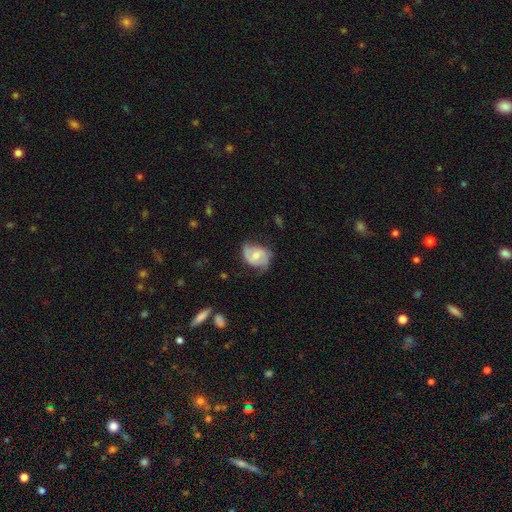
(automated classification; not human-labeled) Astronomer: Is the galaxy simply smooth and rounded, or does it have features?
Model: featured or disk — 54% (runner-up: smooth, 40%).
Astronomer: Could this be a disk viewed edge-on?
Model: no — 96%.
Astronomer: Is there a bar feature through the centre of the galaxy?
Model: no — 49% (runner-up: weak, 40%).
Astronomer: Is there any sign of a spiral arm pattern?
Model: yes — 79%.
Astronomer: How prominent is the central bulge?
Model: moderate — 56% (runner-up: small, 35%).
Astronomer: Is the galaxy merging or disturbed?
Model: none — 50% (runner-up: minor disturbance, 33%).